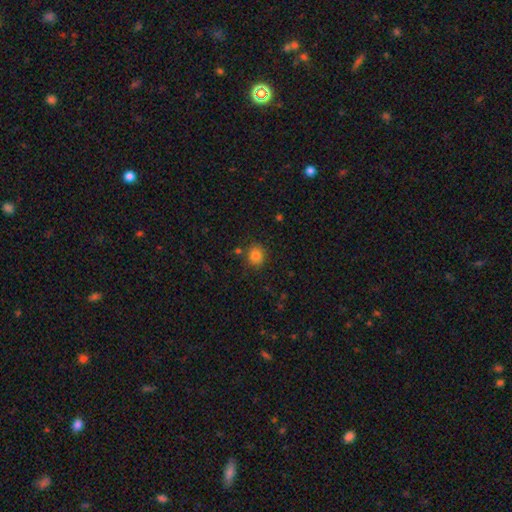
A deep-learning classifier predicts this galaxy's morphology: smooth_or_featured: smooth (p=0.82) [alt: star or artifact p=0.12]
how_rounded: round (p=0.78) [alt: in between p=0.21]
merging: none (p=0.81) [alt: minor disturbance p=0.11]